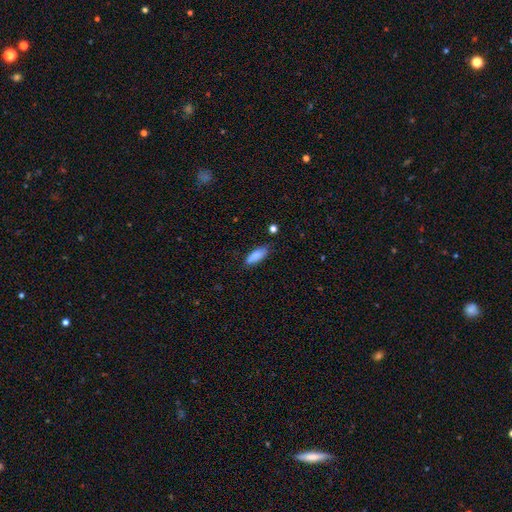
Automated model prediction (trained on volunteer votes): smooth_or_featured: smooth (p=0.85) [alt: featured or disk p=0.08]
how_rounded: in between (p=0.69) [alt: cigar-shaped p=0.29]
merging: none (p=0.77) [alt: minor disturbance p=0.17]